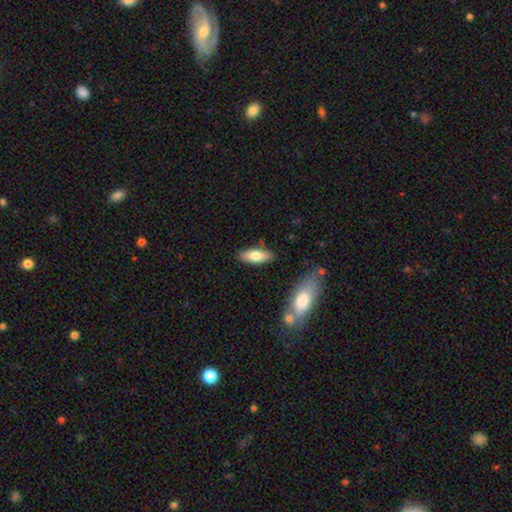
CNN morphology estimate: type=smooth (76%); roundness=in between (71%); merging=none (82%).